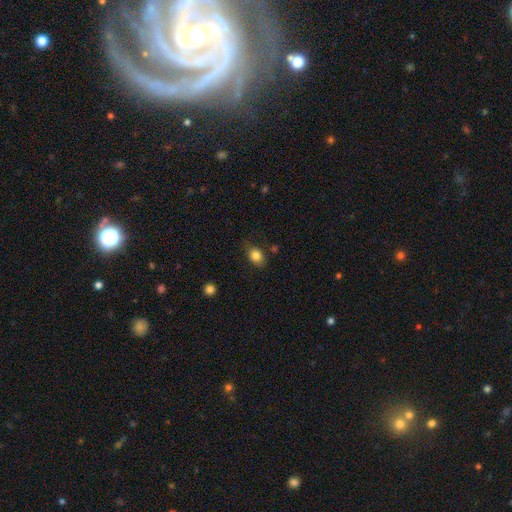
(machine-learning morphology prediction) smooth 83%, star or artifact 9%, featured or disk 7%. Down the decision tree: how rounded — in between (69%); merging — none (77%).